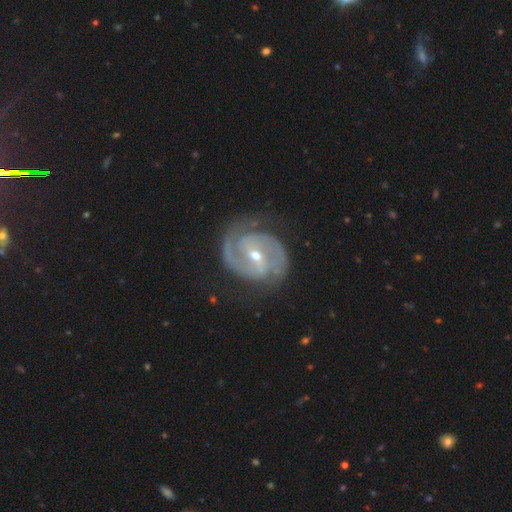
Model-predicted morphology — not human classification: The model was most divided on "bulge size": small: 53%, moderate: 44%, large: 1%, none: 1%, dominant: 1%. Remaining: spiral arms — yes (98%); edge-on disk — no (98%); smooth or featured — featured or disk (92%); spiral arm count — 2 (84%); merging — none (76%); spiral winding — tight (51%); bar — weak (43%).